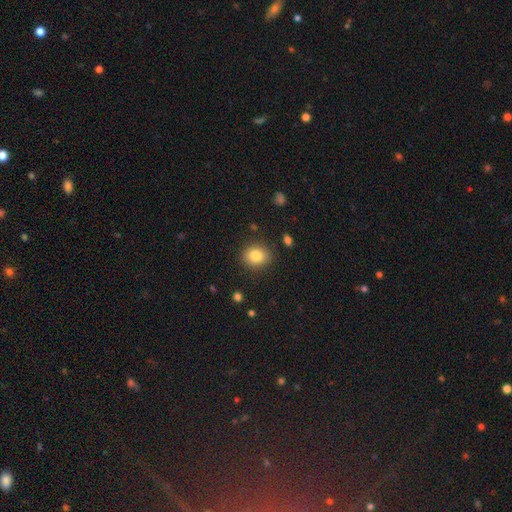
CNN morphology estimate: smooth_or_featured: smooth (p=0.84) [alt: star or artifact p=0.09]
how_rounded: round (p=0.55) [alt: in between p=0.44]
merging: none (p=0.87) [alt: minor disturbance p=0.09]